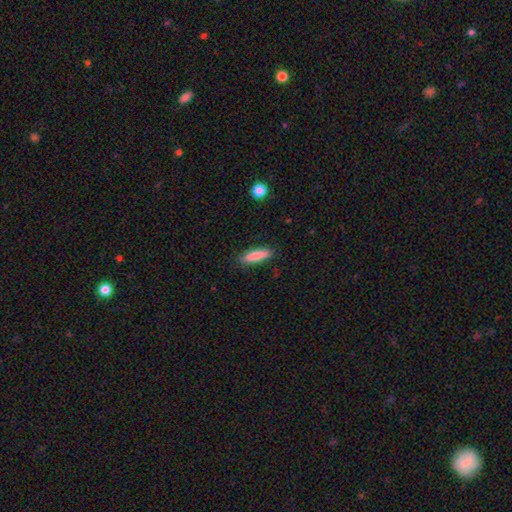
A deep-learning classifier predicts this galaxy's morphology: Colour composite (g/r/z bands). It shows a smooth galaxy with no disk features (82%) that is cigar-shaped (70%). Merging: none (87%).